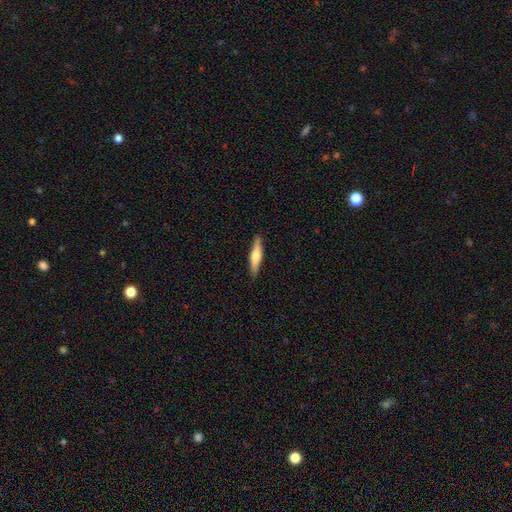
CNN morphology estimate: Smooth or featured? smooth (52%)
How rounded? cigar-shaped (82%)
Merging? none (90%)